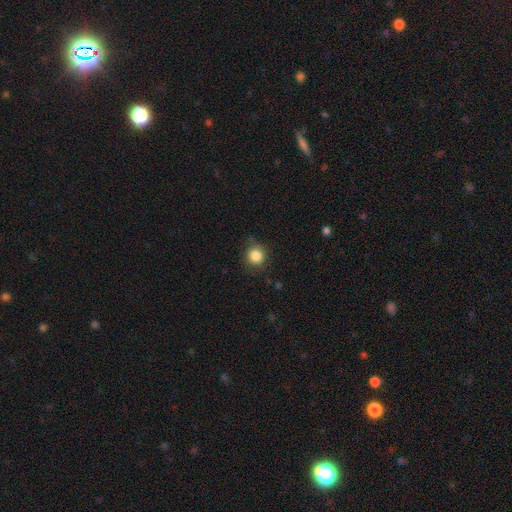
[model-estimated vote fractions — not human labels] Smooth or featured? Predicted: smooth (p=0.84). How rounded? Predicted: round (p=0.90). Merging? Predicted: none (p=0.80).